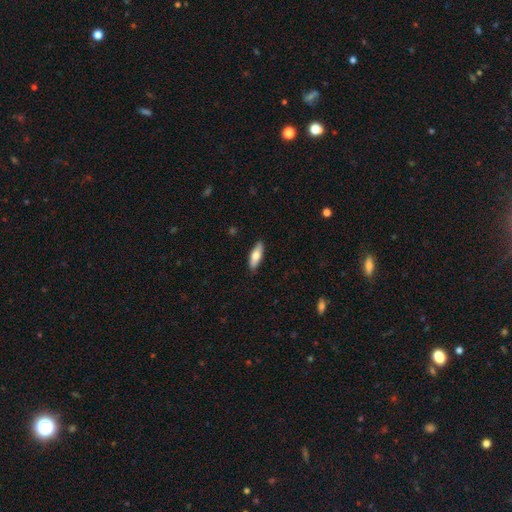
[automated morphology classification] A smooth galaxy with no disk features (72%) that is in between round and cigar-shaped (61%).

Vote fractions:
- Smooth or featured? smooth: 72% / featured or disk: 23% / star or artifact: 6%
- How rounded? in between: 61% / cigar-shaped: 37% / round: 2%
- Merging? none: 88% / minor disturbance: 9% / major disturbance: 2% / merger: 1%